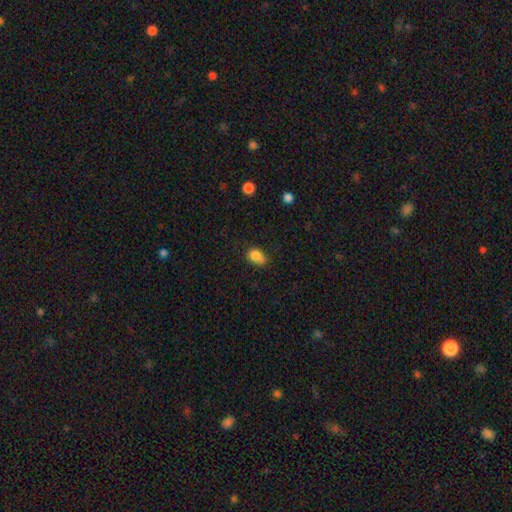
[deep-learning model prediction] A smooth galaxy with no disk features (81%) that is in between round and cigar-shaped (64%).

Vote fractions:
- Smooth or featured? smooth: 81% / star or artifact: 11% / featured or disk: 8%
- How rounded? in between: 64% / round: 35% / cigar-shaped: 1%
- Merging? none: 46% / minor disturbance: 30% / merger: 15% / major disturbance: 8%